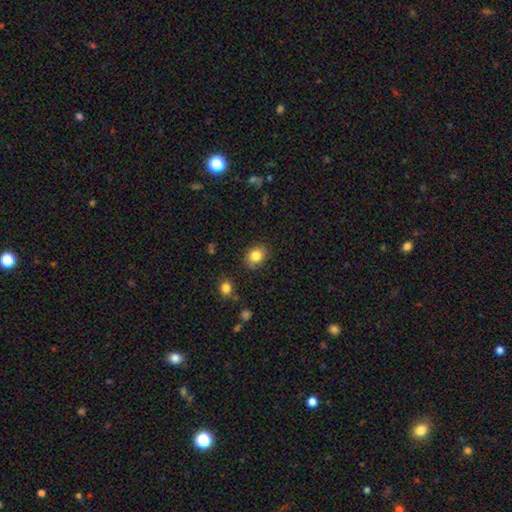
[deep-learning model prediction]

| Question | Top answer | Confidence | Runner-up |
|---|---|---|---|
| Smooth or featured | smooth | 83% | star or artifact (10%) |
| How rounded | round | 51% | in between (49%) |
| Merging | none | 84% | minor disturbance (12%) |